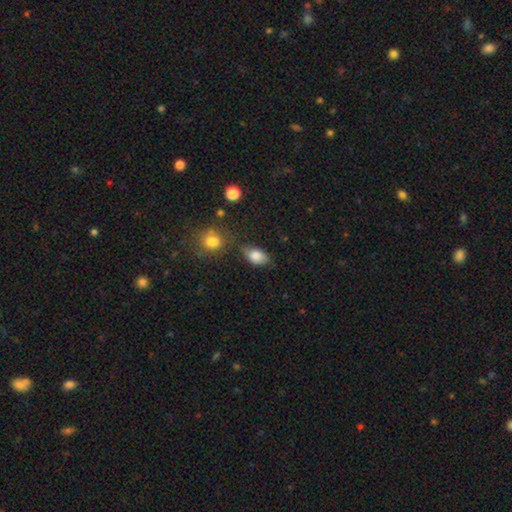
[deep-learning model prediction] Morphology: type=smooth (82%); roundness=in between (88%); merging=none (63%).